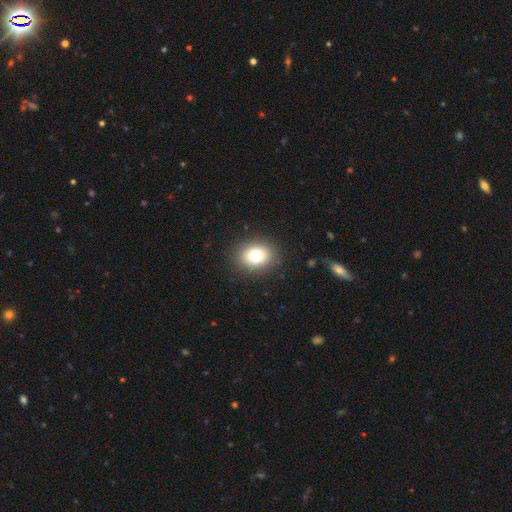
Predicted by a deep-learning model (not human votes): smooth_or_featured: smooth (p=0.78) [alt: star or artifact p=0.11]
how_rounded: in between (p=0.55) [alt: round p=0.44]
merging: none (p=0.89) [alt: minor disturbance p=0.08]